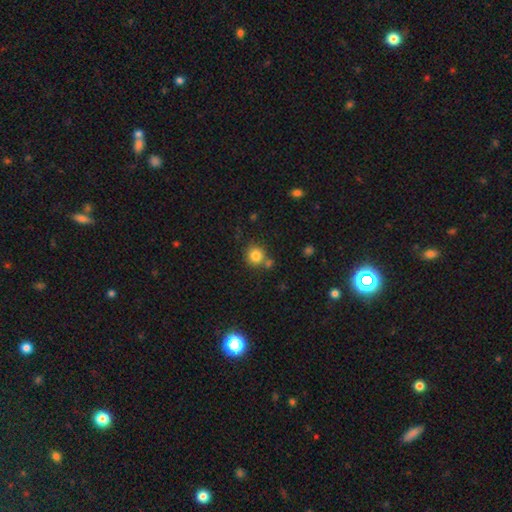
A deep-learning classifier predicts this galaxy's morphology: Smooth or featured?
  - smooth: 82% *
  - star or artifact: 11%
  - featured or disk: 7%
How rounded?
  - round: 90% *
  - in between: 9%
  - cigar-shaped: 1%
Merging?
  - none: 70% *
  - merger: 16%
  - minor disturbance: 11%
  - major disturbance: 3%